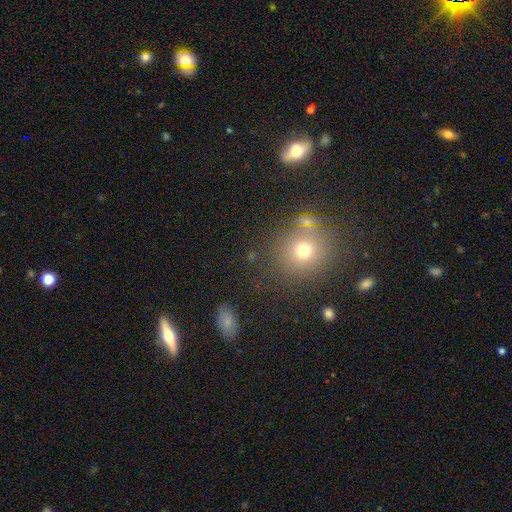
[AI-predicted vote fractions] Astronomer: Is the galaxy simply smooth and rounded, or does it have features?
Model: smooth — 52% (runner-up: star or artifact, 33%).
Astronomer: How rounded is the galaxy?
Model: round — 81%.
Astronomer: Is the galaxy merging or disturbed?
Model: none — 77%.